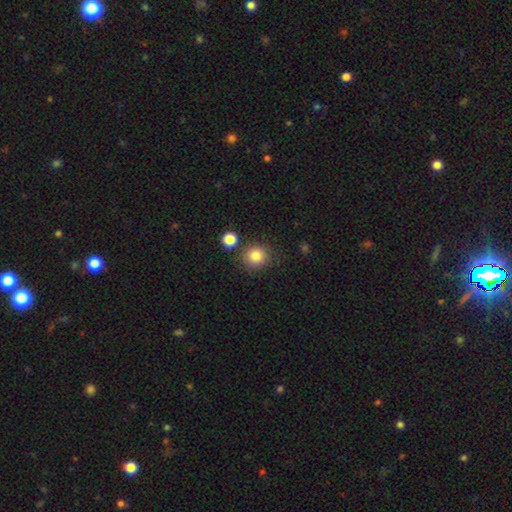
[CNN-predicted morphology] Smooth or featured: smooth — 84% (star or artifact — 11%)
How rounded: round — 87% (in between — 12%)
Merging: none — 80% (minor disturbance — 10%)